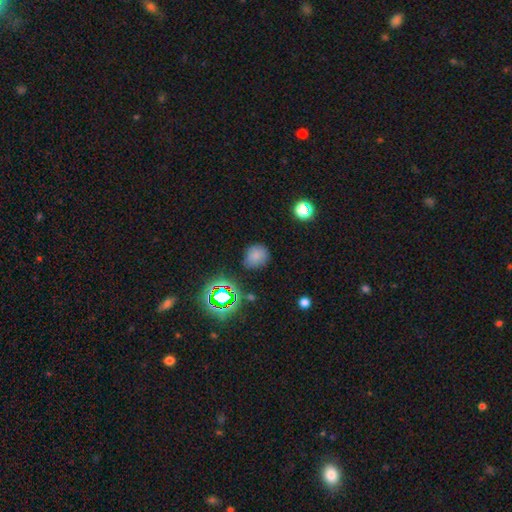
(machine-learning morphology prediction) Q: Smooth or featured?
A: smooth (74%); runner-up: star or artifact (19%)
Q: How rounded?
A: round (74%); runner-up: in between (25%)
Q: Merging?
A: none (77%); runner-up: minor disturbance (16%)